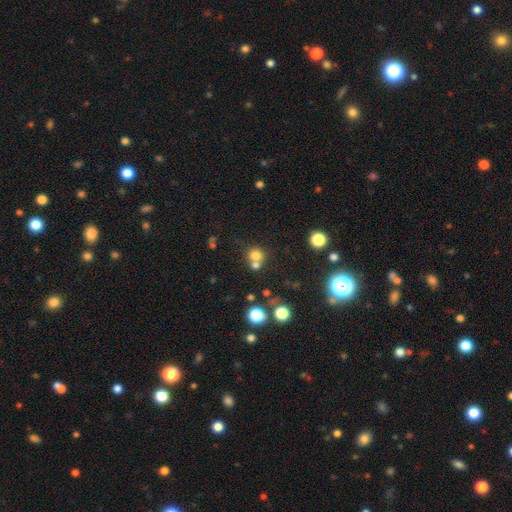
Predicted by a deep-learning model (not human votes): A smooth galaxy with no disk features (74%) that is round (87%).

Vote fractions:
- Smooth or featured? smooth: 74% / star or artifact: 17% / featured or disk: 9%
- How rounded? round: 87% / in between: 12% / cigar-shaped: 1%
- Merging? none: 52% / merger: 38% / minor disturbance: 7% / major disturbance: 3%